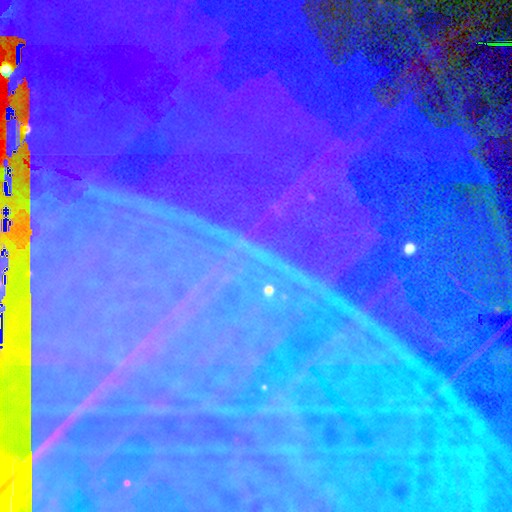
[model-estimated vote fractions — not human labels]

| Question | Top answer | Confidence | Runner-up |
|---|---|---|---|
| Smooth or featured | star or artifact | 86% | featured or disk (8%) |